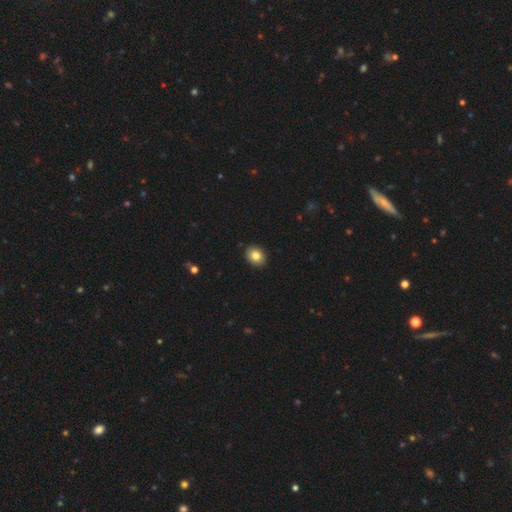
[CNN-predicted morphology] Smooth or featured?
  - smooth: 83% *
  - star or artifact: 9%
  - featured or disk: 8%
How rounded?
  - in between: 52% *
  - round: 47%
  - cigar-shaped: 1%
Merging?
  - none: 91% *
  - minor disturbance: 6%
  - major disturbance: 1%
  - merger: 1%